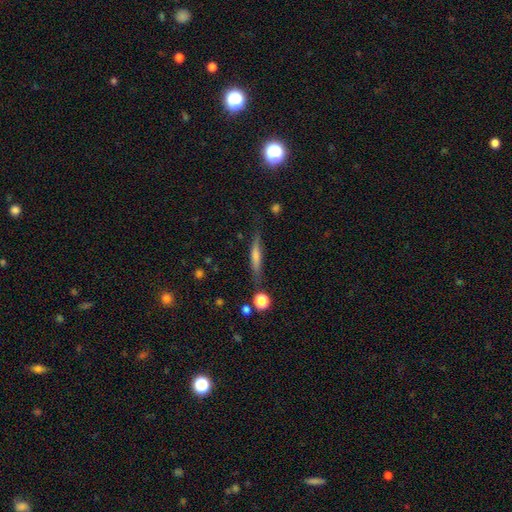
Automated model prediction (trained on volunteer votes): This appears to be a smooth galaxy with no disk features (48%). Merging: none (75%).